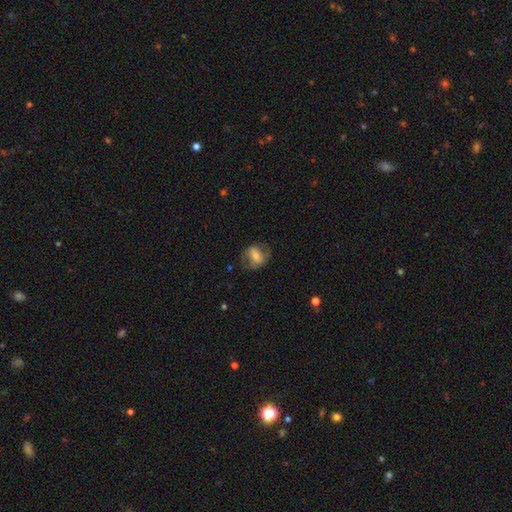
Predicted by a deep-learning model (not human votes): This appears to be a smooth galaxy with no disk features (50%). Merging: none (62%).